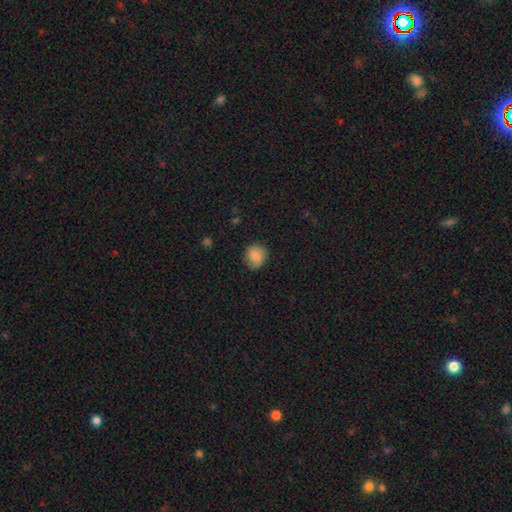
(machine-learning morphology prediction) A smooth galaxy with no disk features (83%) that is round (76%). Merging: none (79%).